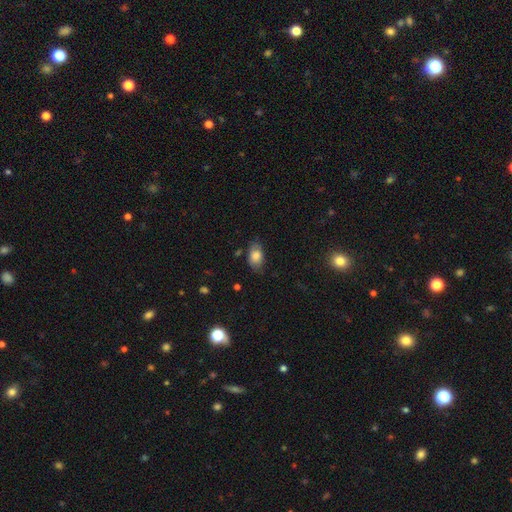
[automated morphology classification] smooth-or-featured: smooth: 78% | featured or disk: 14% | star or artifact: 8%
  how-rounded: in between: 91% | round: 7% | cigar-shaped: 2%
  merging: none: 72% | minor disturbance: 21% | major disturbance: 5% | merger: 2%